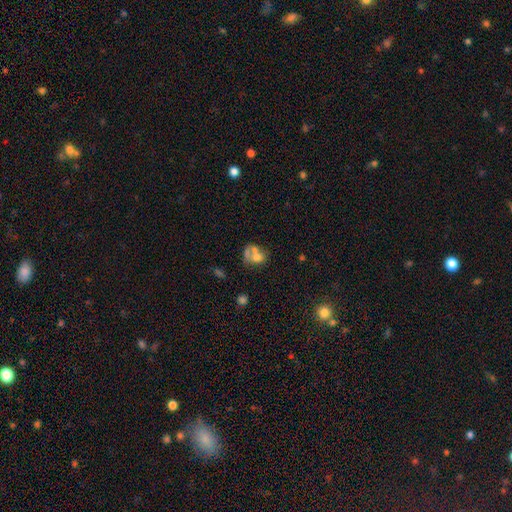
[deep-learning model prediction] Smooth or featured? smooth (57%)
How rounded? in between (52%)
Merging? merger (52%)